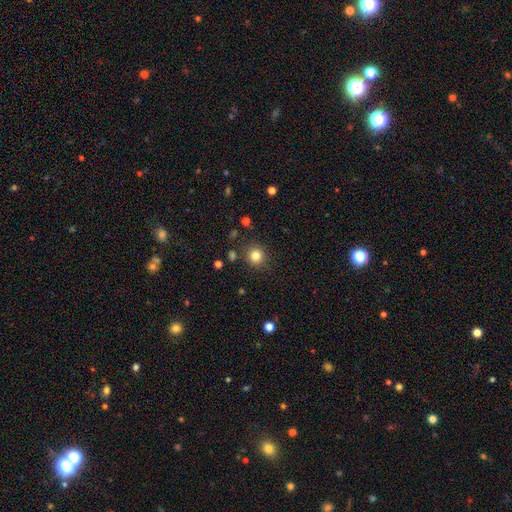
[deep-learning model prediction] This is clearly a smooth galaxy (81%). How rounded: clearly round (90%). Merging: clearly none (86%).